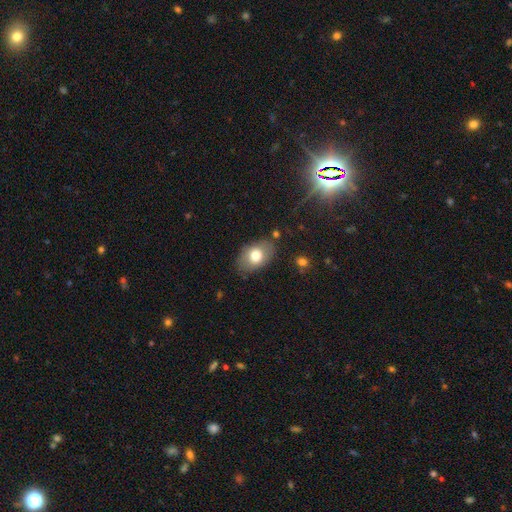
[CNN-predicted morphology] smooth-or-featured: smooth: 74% | featured or disk: 19% | star or artifact: 8%
  how-rounded: in between: 86% | round: 13% | cigar-shaped: 1%
  merging: none: 81% | minor disturbance: 14% | major disturbance: 3% | merger: 2%